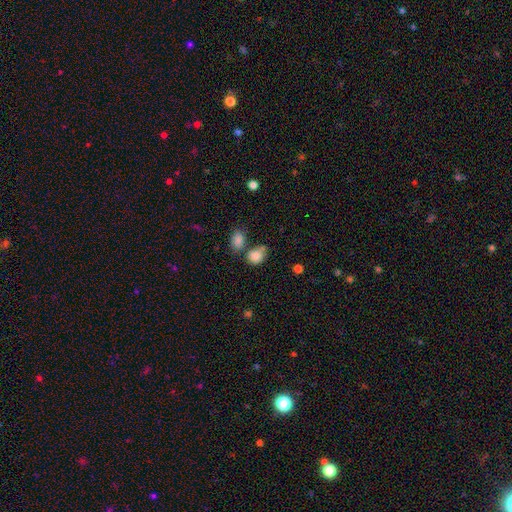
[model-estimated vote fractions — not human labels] This appears to be a smooth galaxy with no disk features (84%) that is round (53%). Merging: none (46%).